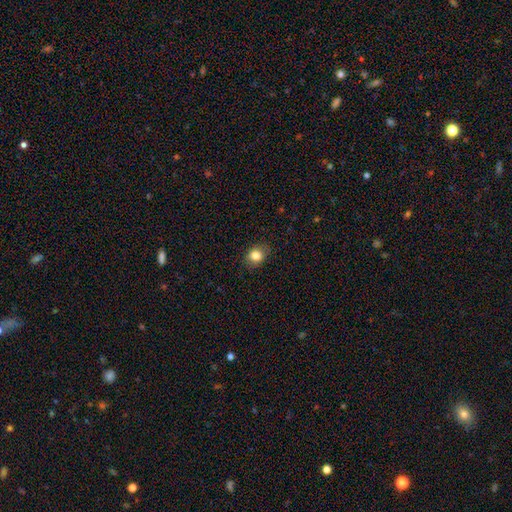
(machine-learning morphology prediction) type=smooth (82%); roundness=round (53%); merging=none (84%).